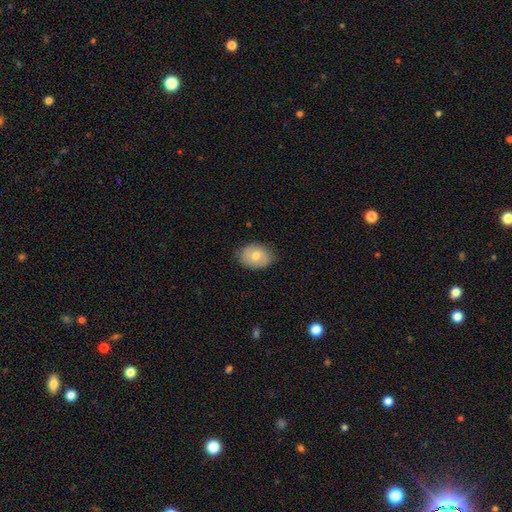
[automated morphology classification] Smooth or featured: smooth — 68% (featured or disk — 25%)
How rounded: in between — 77% (round — 22%)
Merging: none — 82% (minor disturbance — 15%)